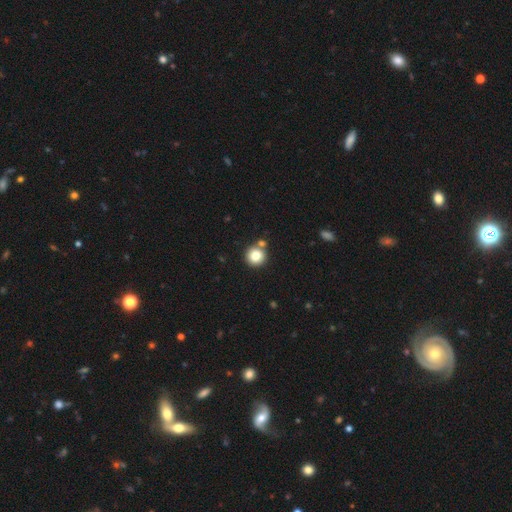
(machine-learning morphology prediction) smooth_or_featured: smooth (p=0.82) [alt: star or artifact p=0.10]
how_rounded: round (p=0.94) [alt: in between p=0.05]
merging: none (p=0.75) [alt: merger p=0.15]